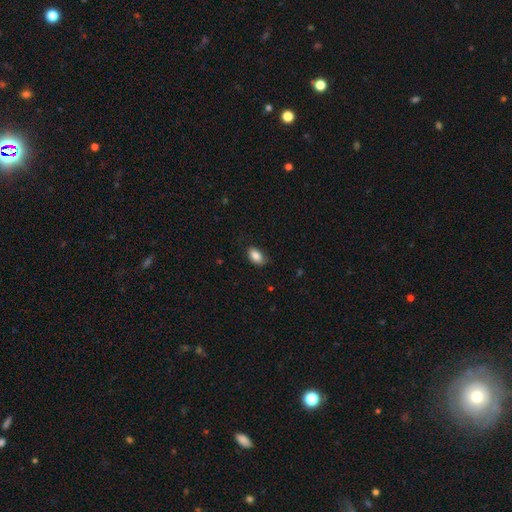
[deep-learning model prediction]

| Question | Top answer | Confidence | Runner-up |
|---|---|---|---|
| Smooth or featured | smooth | 86% | star or artifact (7%) |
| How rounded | in between | 91% | round (8%) |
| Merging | none | 73% | minor disturbance (21%) |